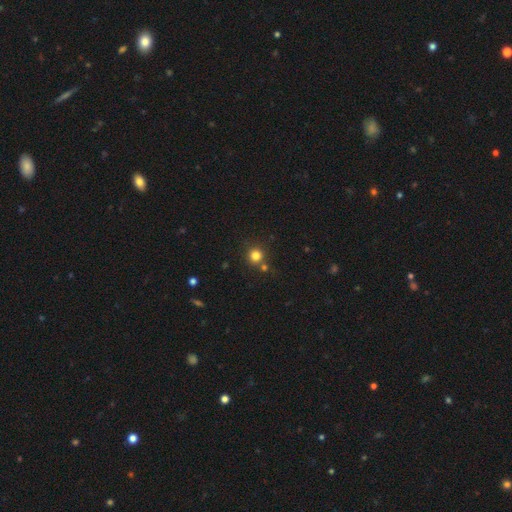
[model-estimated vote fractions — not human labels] smooth_or_featured: smooth (p=0.81) [alt: star or artifact p=0.14]
how_rounded: round (p=0.93) [alt: in between p=0.06]
merging: none (p=0.77) [alt: merger p=0.12]